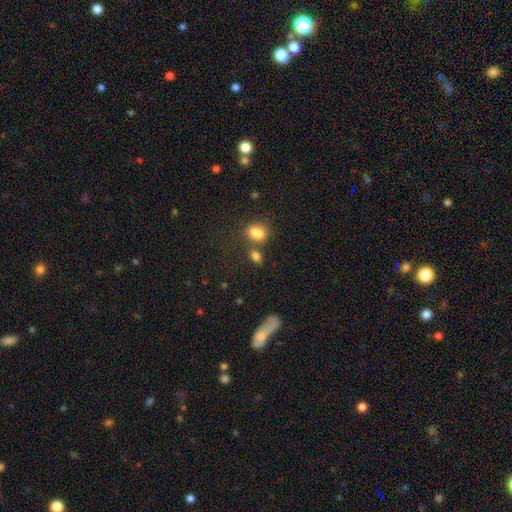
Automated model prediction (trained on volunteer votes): smooth-or-featured: smooth: 77% | star or artifact: 14% | featured or disk: 10%
  how-rounded: in between: 67% | round: 29% | cigar-shaped: 3%
  merging: none: 47% | merger: 33% | minor disturbance: 14% | major disturbance: 6%